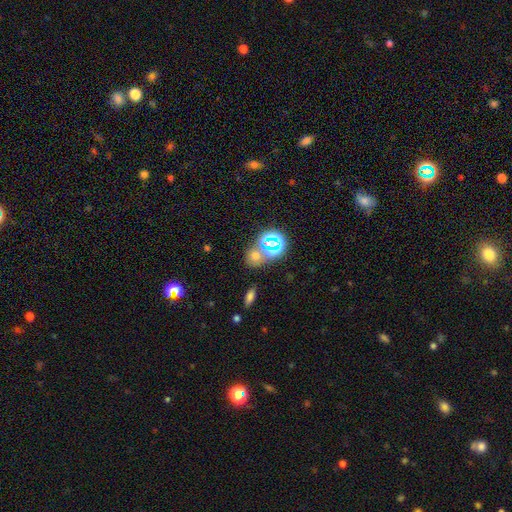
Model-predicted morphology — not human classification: This is possibly a smooth galaxy (55%). How rounded: likely round (66%). Merging: possibly none (57%).